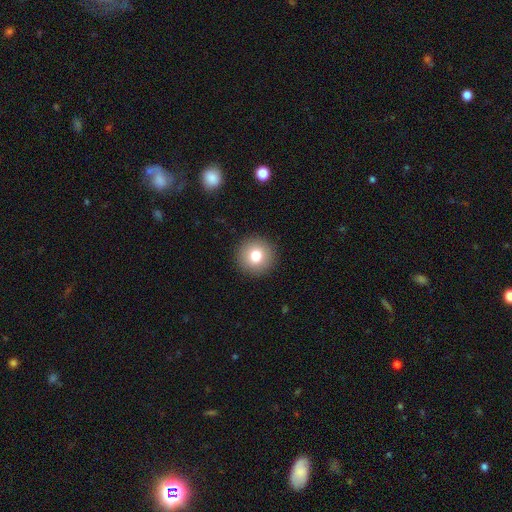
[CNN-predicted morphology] type=smooth (77%); roundness=round (95%); merging=none (92%).